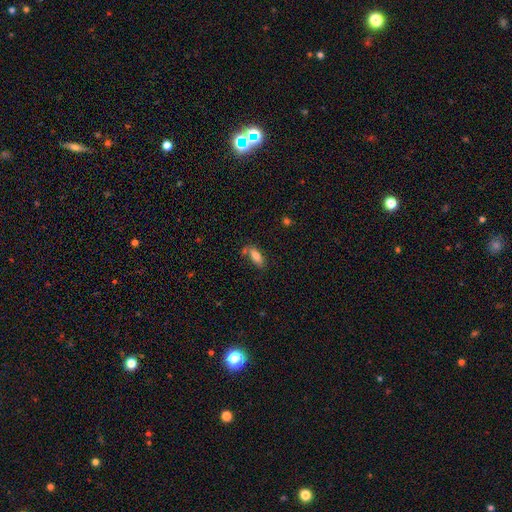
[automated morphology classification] Q: Smooth or featured?
A: smooth (81%); runner-up: featured or disk (11%)
Q: How rounded?
A: in between (77%); runner-up: cigar-shaped (21%)
Q: Merging?
A: none (63%); runner-up: minor disturbance (20%)